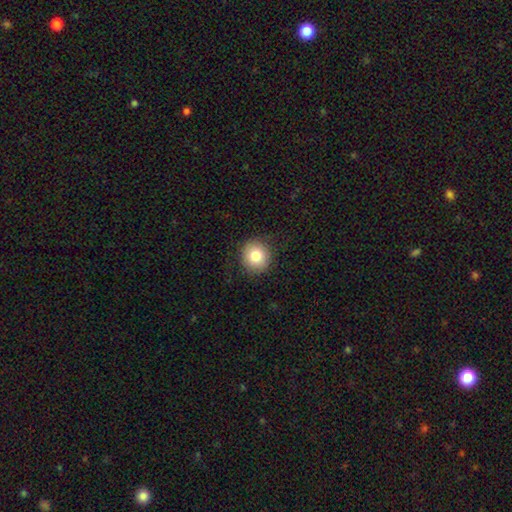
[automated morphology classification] type=smooth (81%); roundness=round (87%); merging=none (86%).